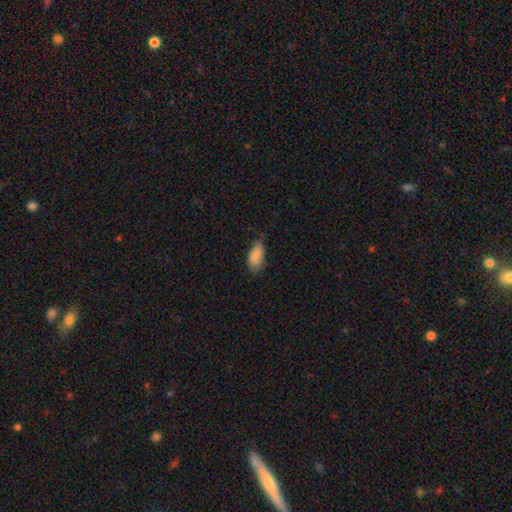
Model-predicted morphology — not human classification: smooth-or-featured: smooth: 87% | star or artifact: 7% | featured or disk: 6%
  how-rounded: in between: 89% | cigar-shaped: 8% | round: 3%
  merging: none: 58% | minor disturbance: 35% | major disturbance: 6% | merger: 2%